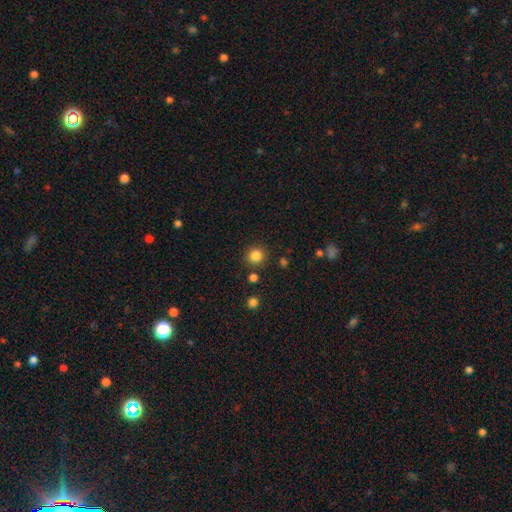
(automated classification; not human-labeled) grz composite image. It shows a smooth galaxy with no disk features (84%) that is round (92%). Merging: none (87%).